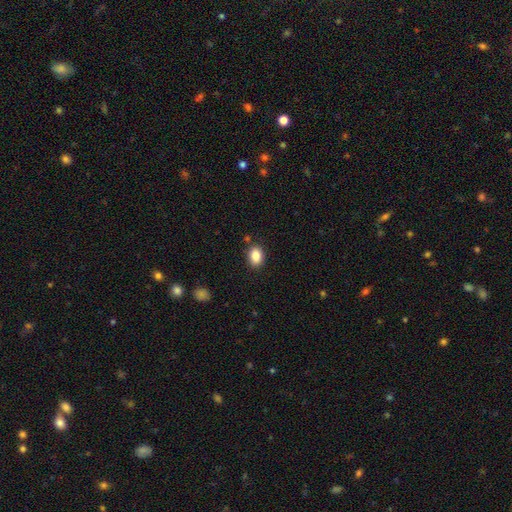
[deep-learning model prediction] This appears to be a smooth galaxy with no disk features (86%) that is in between round and cigar-shaped (71%). Merging: none (85%).